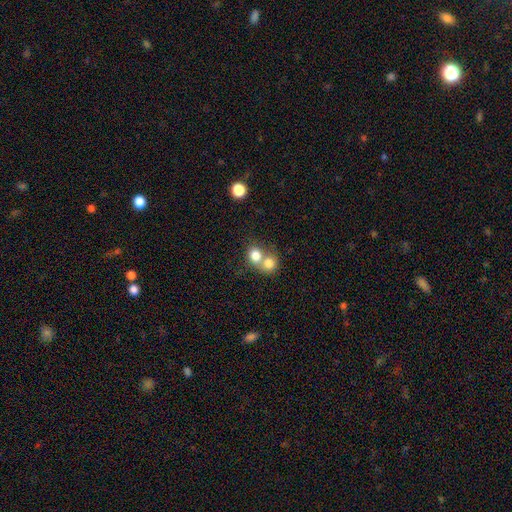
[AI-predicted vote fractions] Overall: smooth (78%). How rounded: round (75%). Merging: merger (64%; none 29%).